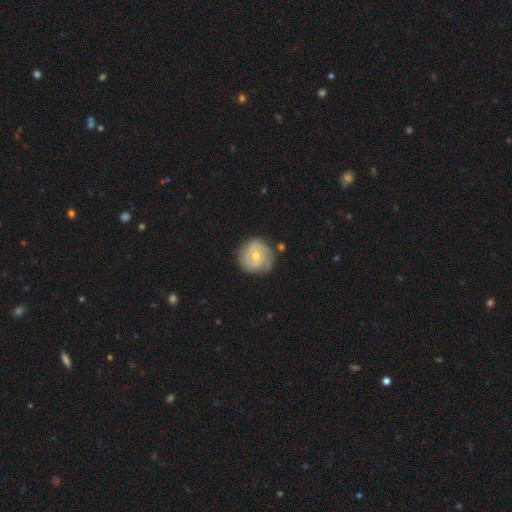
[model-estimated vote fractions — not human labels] This appears to be a featured or disk galaxy (71%) with no bar (60%), 2 (35%) tight (67%) spiral arms (87%) and a moderate central bulge (54%). Merging: none (72%).